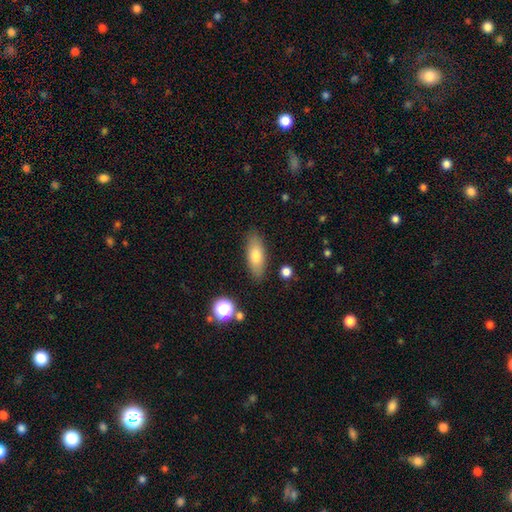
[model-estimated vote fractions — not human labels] Overall: smooth (74%). How rounded: in between (75%). Merging: none (85%).